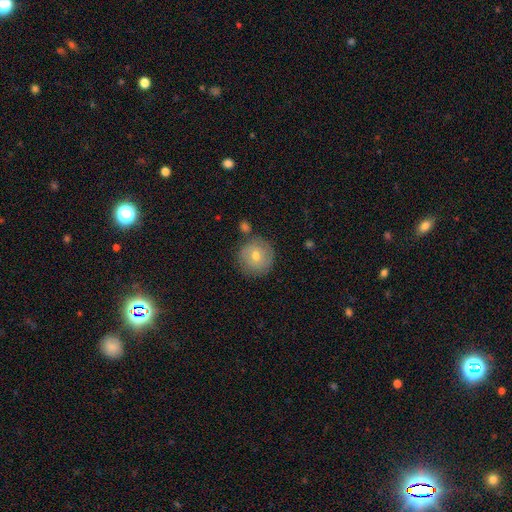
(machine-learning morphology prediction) A smooth galaxy with no disk features (61%) that is round (94%). Merging: none (79%).